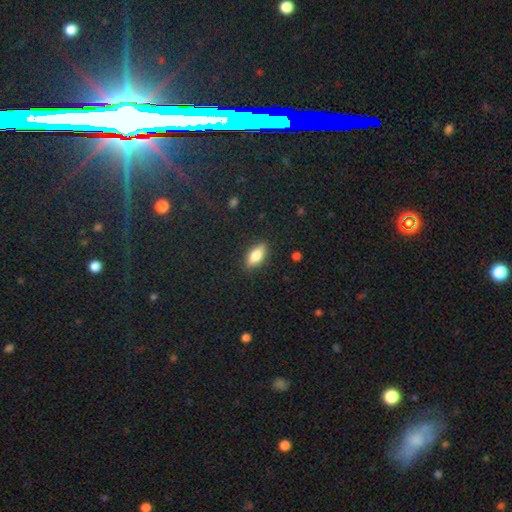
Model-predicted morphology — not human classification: Overall: smooth (71%). How rounded: in between (77%). Merging: none (86%).